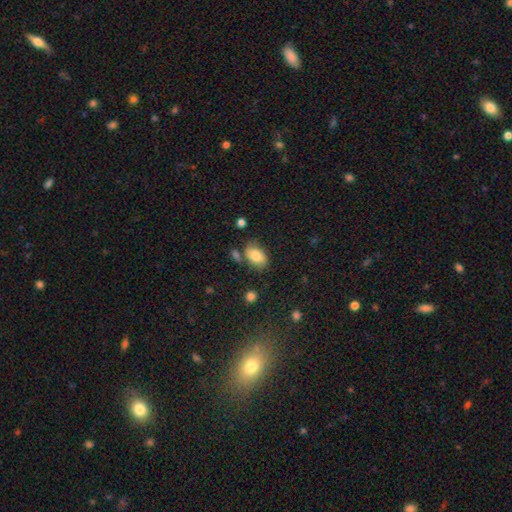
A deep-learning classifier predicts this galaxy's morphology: The model was most divided on "merging": none: 63%, minor disturbance: 22%, merger: 9%, major disturbance: 7%. More confident: how rounded — in between (87%); smooth or featured — smooth (77%).